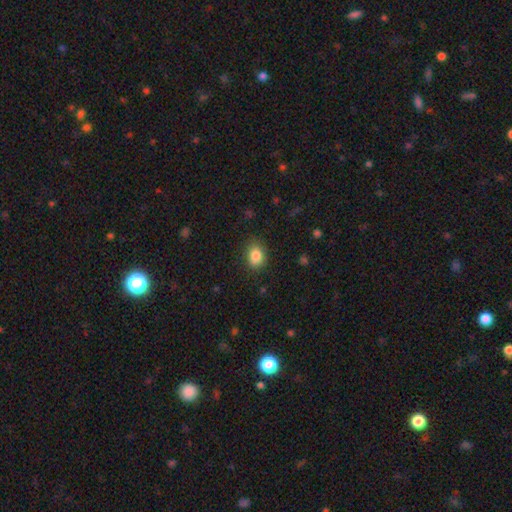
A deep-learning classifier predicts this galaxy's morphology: smooth 84%, star or artifact 10%, featured or disk 6%. Down the decision tree: how rounded — in between (60%); merging — none (76%).